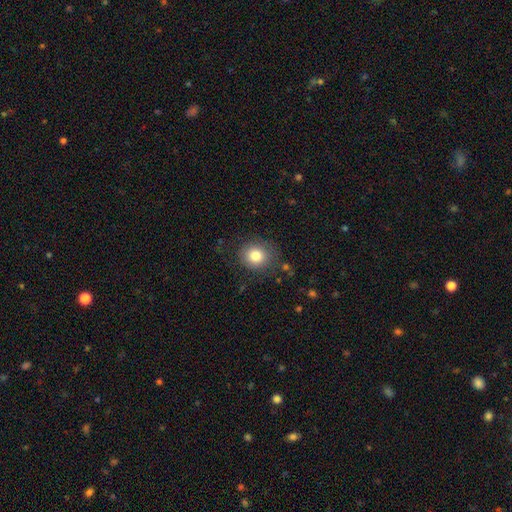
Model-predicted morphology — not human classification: Smooth or featured? smooth (82%)
How rounded? round (78%)
Merging? none (81%)